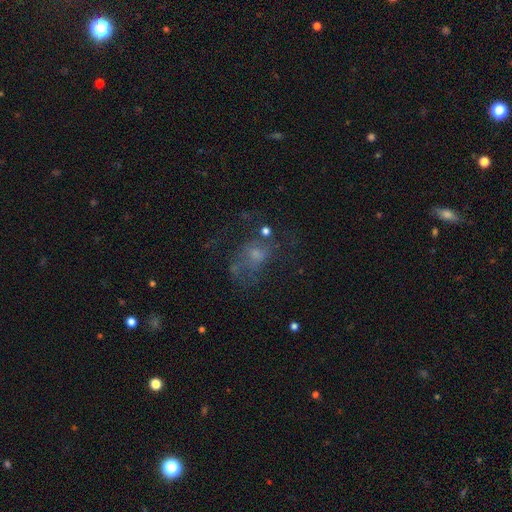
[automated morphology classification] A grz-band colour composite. It shows a featured or disk galaxy (45%). Merging: none (41%).